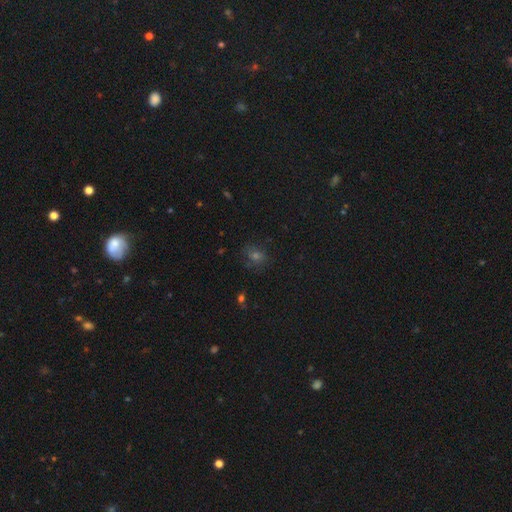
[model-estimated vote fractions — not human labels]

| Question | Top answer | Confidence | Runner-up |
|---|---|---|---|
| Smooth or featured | smooth | 47% | star or artifact (37%) |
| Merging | none | 79% | minor disturbance (13%) |